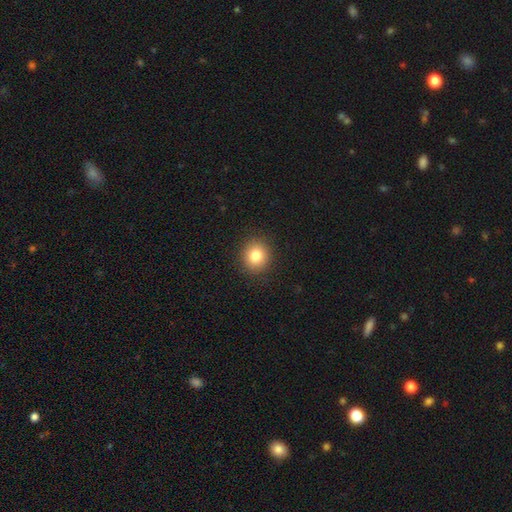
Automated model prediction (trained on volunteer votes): This is clearly a smooth galaxy (83%). How rounded: clearly round (84%). Merging: clearly none (91%).